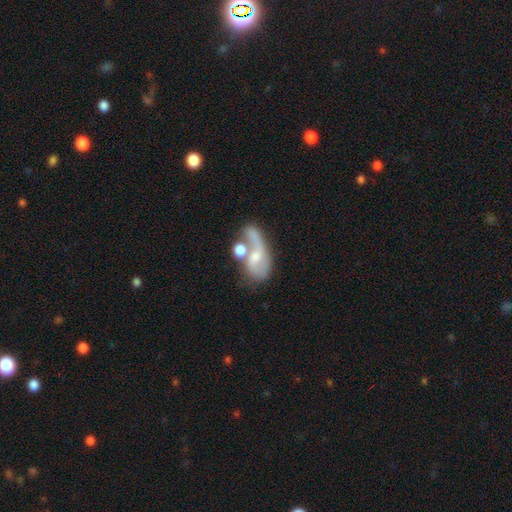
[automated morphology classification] Smooth or featured: featured or disk — 62% (smooth — 29%)
Edge-on disk: no — 95% (yes — 5%)
Bar: no — 53% (weak — 35%)
Spiral arms: yes — 74% (no — 26%)
Bulge size: moderate — 46% (small — 34%)
Merging: merger — 41% (none — 25%)